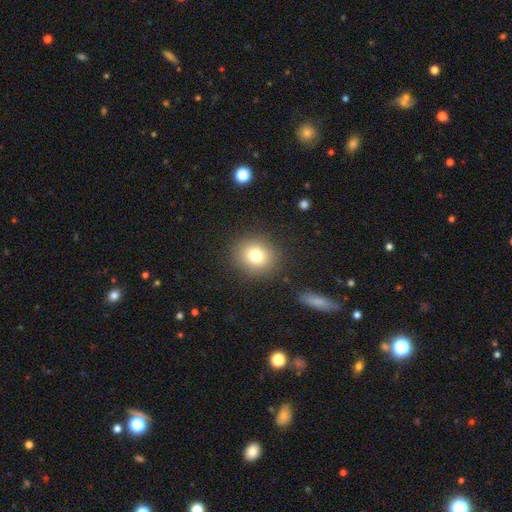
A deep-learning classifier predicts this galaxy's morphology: smooth-or-featured: smooth: 77% | star or artifact: 12% | featured or disk: 10%
  how-rounded: round: 81% | in between: 18% | cigar-shaped: 1%
  merging: none: 88% | minor disturbance: 7% | major disturbance: 3% | merger: 1%